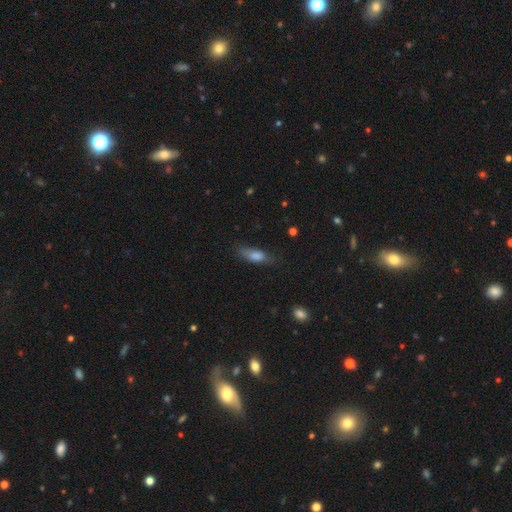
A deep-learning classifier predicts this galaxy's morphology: A smooth galaxy with no disk features (73%) that is in between round and cigar-shaped (54%).

Vote fractions:
- Smooth or featured? smooth: 73% / featured or disk: 18% / star or artifact: 10%
- How rounded? in between: 54% / cigar-shaped: 42% / round: 3%
- Merging? none: 66% / minor disturbance: 24% / major disturbance: 8% / merger: 2%